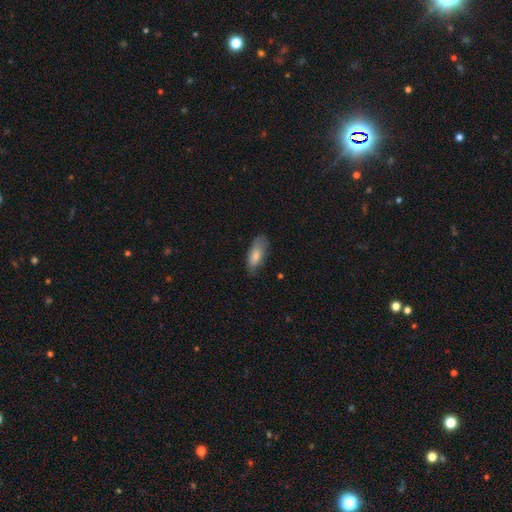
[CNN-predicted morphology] Smooth or featured? Predicted: smooth (p=0.80). How rounded? Predicted: in between (p=0.76). Merging? Predicted: none (p=0.66).